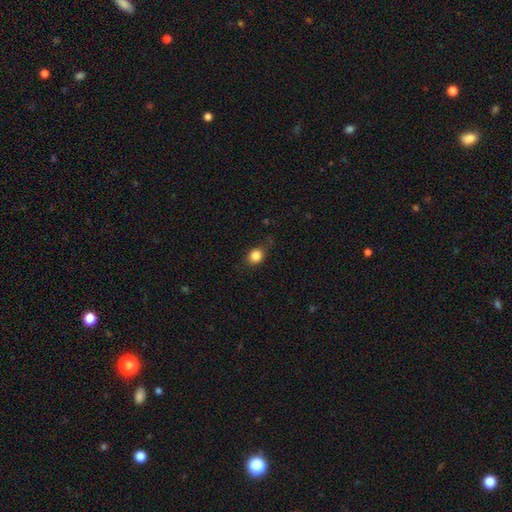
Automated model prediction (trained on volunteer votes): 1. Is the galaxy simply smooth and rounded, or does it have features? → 84% smooth, 10% star or artifact, 6% featured or disk.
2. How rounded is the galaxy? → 64% round, 35% in between, 1% cigar-shaped.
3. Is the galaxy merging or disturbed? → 74% none, 19% minor disturbance, 5% major disturbance, 1% merger.